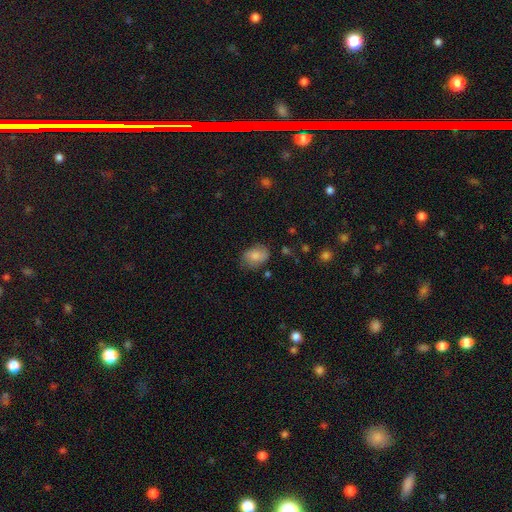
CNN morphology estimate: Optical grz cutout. It shows a smooth galaxy with no disk features (76%) that is in between round and cigar-shaped (78%). Merging: none (70%).